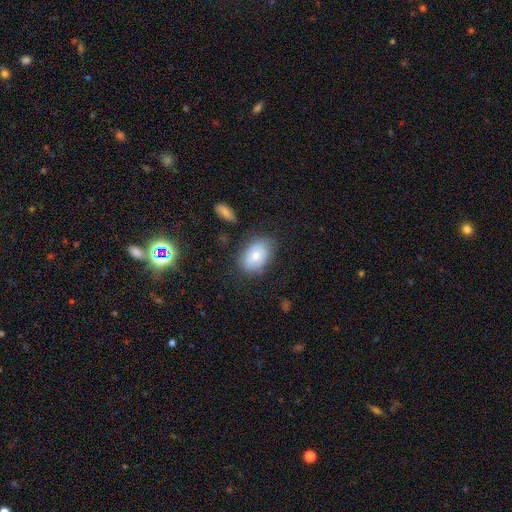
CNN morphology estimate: This is likely a smooth galaxy (73%). How rounded: clearly in between (84%). Merging: likely none (70%).